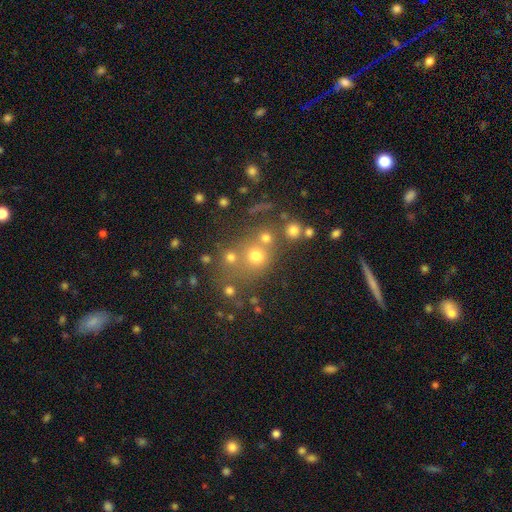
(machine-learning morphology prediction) smooth 65%, star or artifact 23%, featured or disk 12%. Down the decision tree: how rounded — round (82%); merging — none (59%).